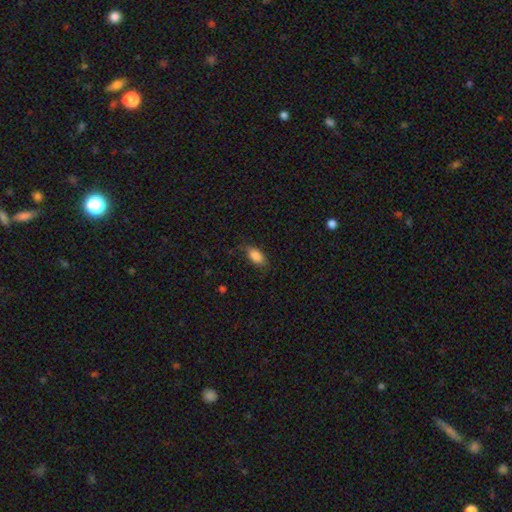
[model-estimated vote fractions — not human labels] smooth-or-featured: smooth: 87% | star or artifact: 8% | featured or disk: 6%
  how-rounded: in between: 90% | cigar-shaped: 6% | round: 4%
  merging: none: 77% | minor disturbance: 17% | major disturbance: 4% | merger: 1%